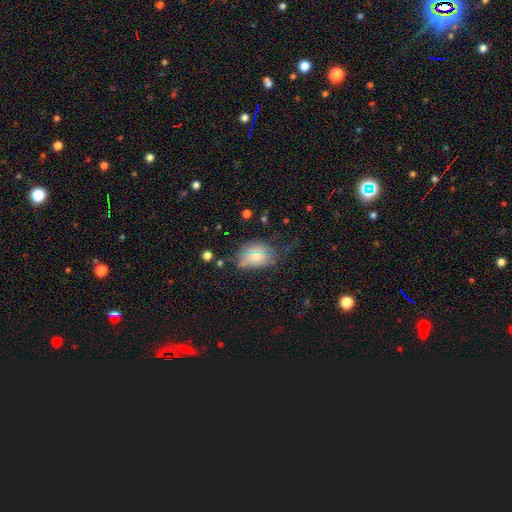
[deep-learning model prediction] Smooth or featured? Predicted: smooth (p=0.67). How rounded? Predicted: in between (p=0.77). Merging? Predicted: none (p=0.54).